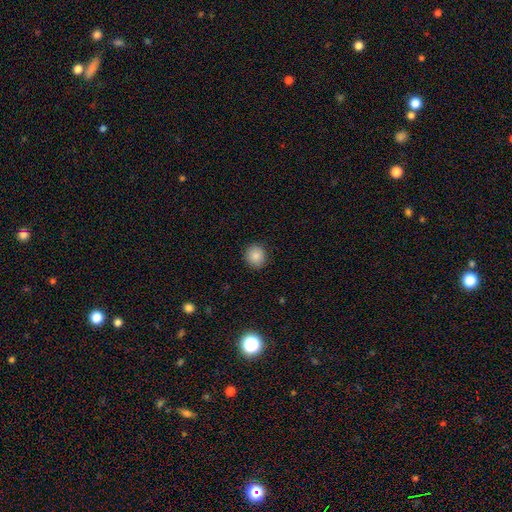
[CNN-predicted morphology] Smooth or featured?
  - smooth: 87% *
  - star or artifact: 9%
  - featured or disk: 4%
How rounded?
  - round: 90% *
  - in between: 9%
  - cigar-shaped: 1%
Merging?
  - none: 90% *
  - minor disturbance: 7%
  - major disturbance: 2%
  - merger: 1%